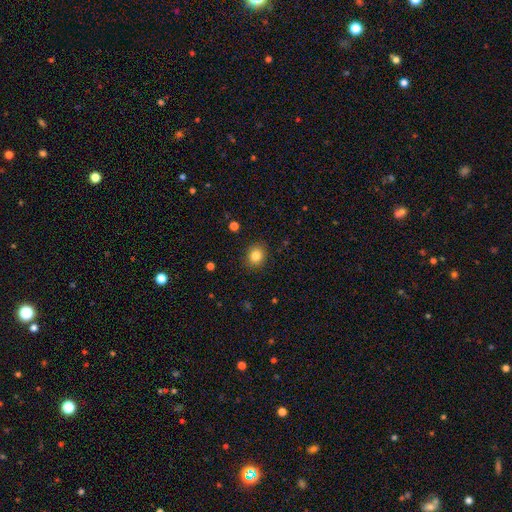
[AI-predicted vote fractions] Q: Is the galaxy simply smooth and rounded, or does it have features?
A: smooth — 84%.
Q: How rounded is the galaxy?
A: round — 73%.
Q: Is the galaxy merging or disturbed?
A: none — 88%.